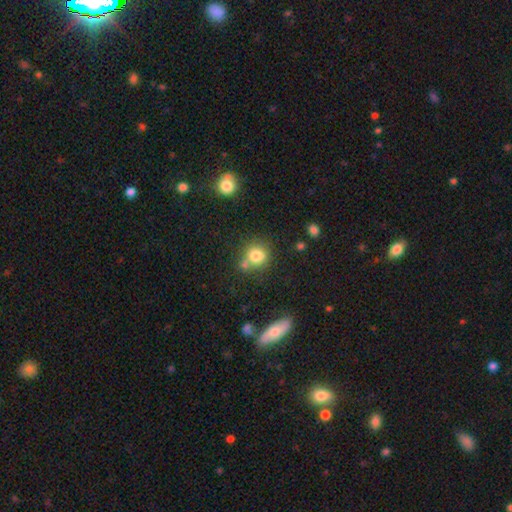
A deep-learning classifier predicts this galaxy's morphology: Smooth or featured: smooth — 78% (star or artifact — 12%)
How rounded: round — 75% (in between — 24%)
Merging: none — 55% (merger — 24%)